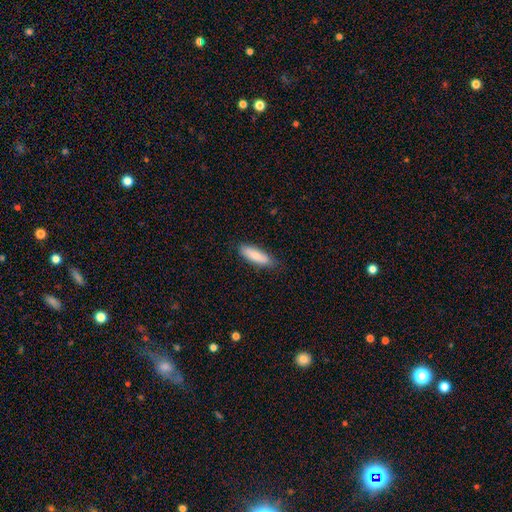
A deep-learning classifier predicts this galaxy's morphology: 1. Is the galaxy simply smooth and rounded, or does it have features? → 83% smooth, 11% featured or disk, 6% star or artifact.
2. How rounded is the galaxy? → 53% cigar-shaped, 45% in between, 2% round.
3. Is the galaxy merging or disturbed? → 82% none, 15% minor disturbance, 2% major disturbance, 1% merger.